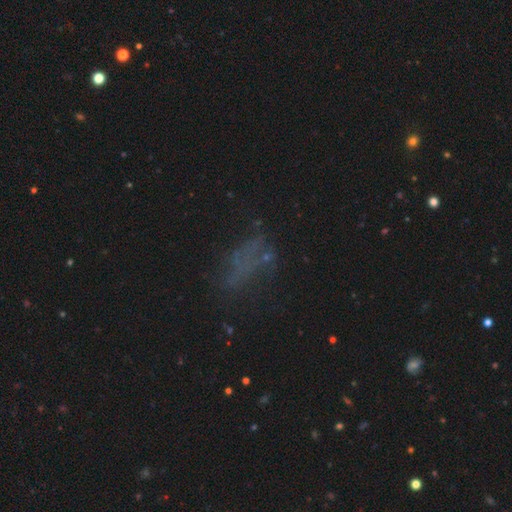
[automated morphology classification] A star or artifact, not a galaxy (34%, tied with smooth).